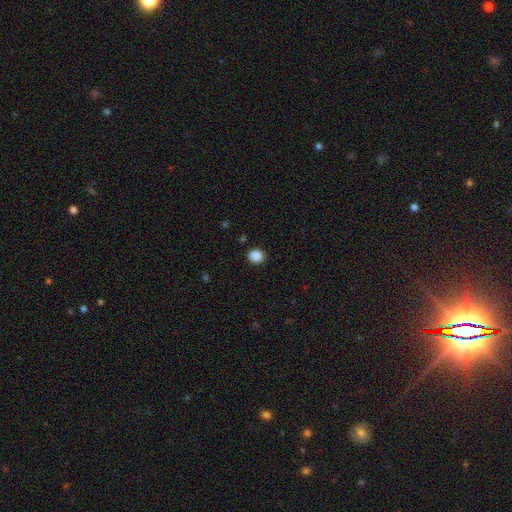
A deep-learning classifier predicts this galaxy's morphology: Smooth or featured? smooth (87%)
How rounded? round (83%)
Merging? none (89%)